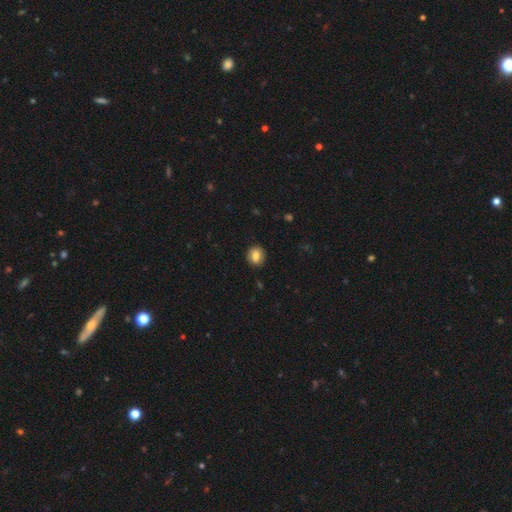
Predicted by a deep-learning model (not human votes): A smooth galaxy with no disk features (81%) that is round (73%). Merging: none (90%).